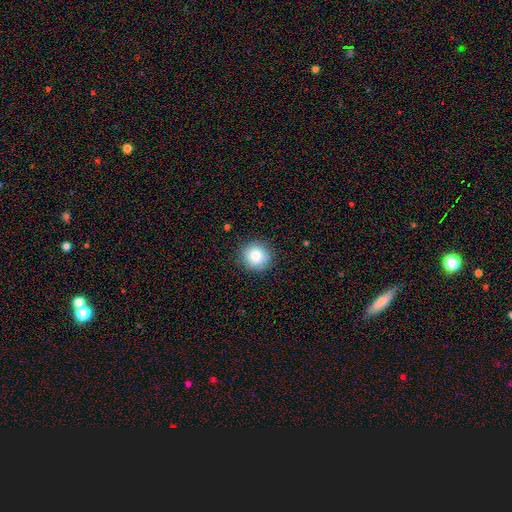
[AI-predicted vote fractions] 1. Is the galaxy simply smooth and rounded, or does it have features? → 82% smooth, 9% star or artifact, 8% featured or disk.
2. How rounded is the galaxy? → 92% round, 7% in between, 1% cigar-shaped.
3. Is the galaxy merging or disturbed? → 88% none, 9% minor disturbance, 2% major disturbance, 1% merger.